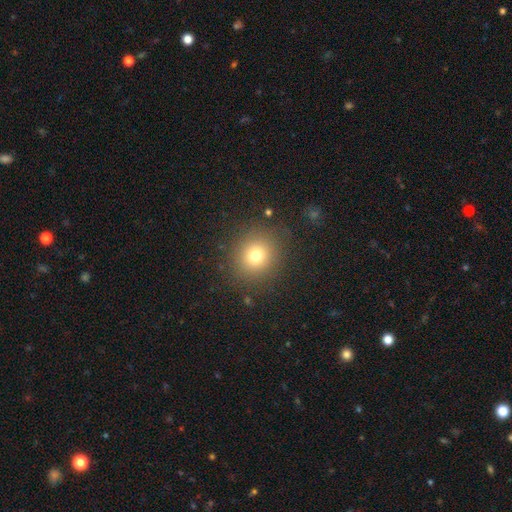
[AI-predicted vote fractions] smooth-or-featured: smooth: 74% | star or artifact: 16% | featured or disk: 11%
  how-rounded: round: 85% | in between: 14% | cigar-shaped: 1%
  merging: none: 86% | minor disturbance: 8% | major disturbance: 4% | merger: 1%